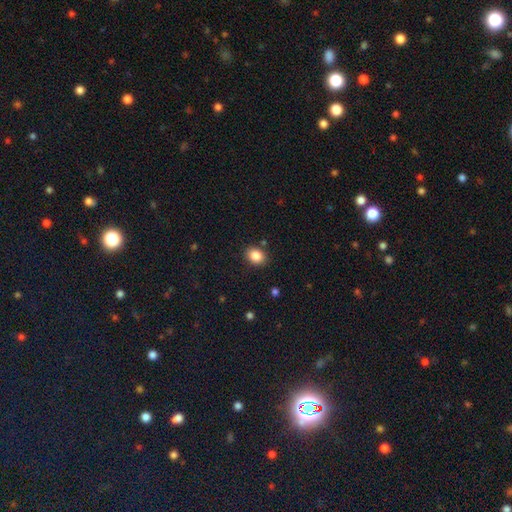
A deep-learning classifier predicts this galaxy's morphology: Q: Smooth or featured?
A: smooth (86%); runner-up: star or artifact (9%)
Q: How rounded?
A: in between (54%); runner-up: round (45%)
Q: Merging?
A: none (87%); runner-up: minor disturbance (9%)